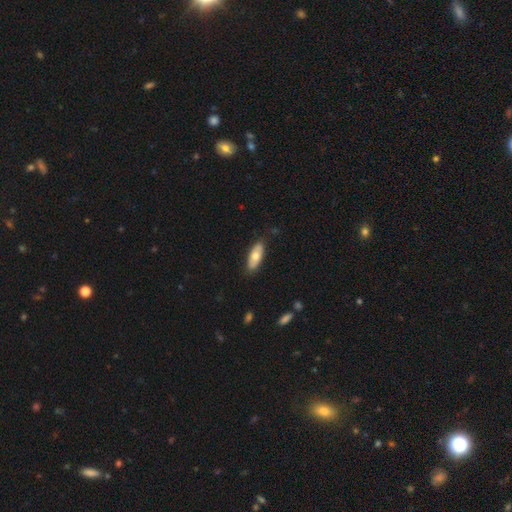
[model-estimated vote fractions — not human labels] smooth-or-featured: smooth: 68% | featured or disk: 26% | star or artifact: 6%
  how-rounded: in between: 79% | cigar-shaped: 19% | round: 2%
  merging: none: 83% | minor disturbance: 14% | major disturbance: 2% | merger: 1%